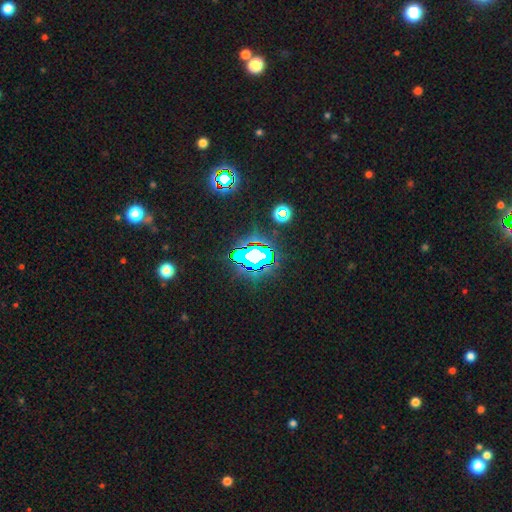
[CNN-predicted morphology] star or artifact 67%, smooth 18%, featured or disk 15%.